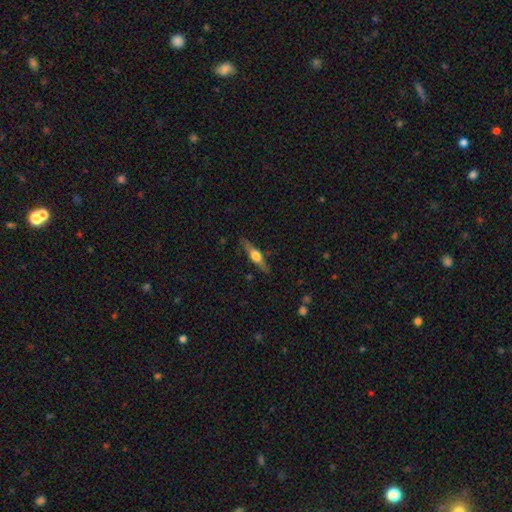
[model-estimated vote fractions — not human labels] Q: Smooth or featured?
A: featured or disk (60%); runner-up: smooth (34%)
Q: Edge-on disk?
A: yes (95%); runner-up: no (5%)
Q: Edge-on bulge?
A: rounded (91%); runner-up: boxy (7%)
Q: Merging?
A: none (86%); runner-up: minor disturbance (11%)